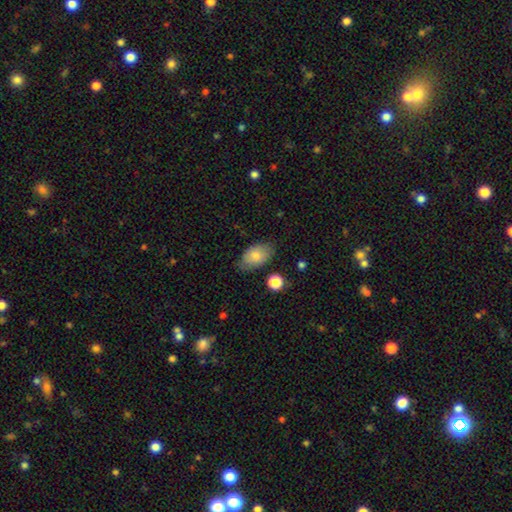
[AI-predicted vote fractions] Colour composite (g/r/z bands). It shows a smooth galaxy with no disk features (75%) that is in between round and cigar-shaped (91%). Merging: none (74%).